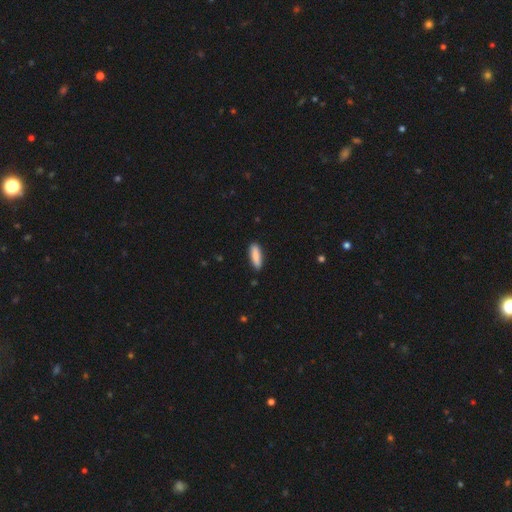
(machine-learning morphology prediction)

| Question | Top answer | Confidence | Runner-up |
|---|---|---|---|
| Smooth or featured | smooth | 88% | featured or disk (7%) |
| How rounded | cigar-shaped | 60% | in between (38%) |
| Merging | none | 87% | minor disturbance (10%) |